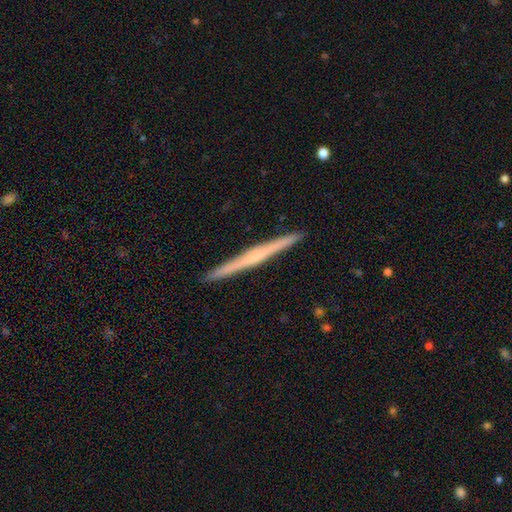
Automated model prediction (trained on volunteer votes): A featured or disk galaxy (65%) viewed edge-on (98%) with no central bulge (50%).

Vote fractions:
- Smooth or featured? featured or disk: 65% / smooth: 29% / star or artifact: 6%
- Edge-on disk? yes: 98% / no: 2%
- Edge-on bulge? none: 50% / rounded: 40% / boxy: 11%
- Merging? none: 93% / minor disturbance: 5% / major disturbance: 1% / merger: 1%